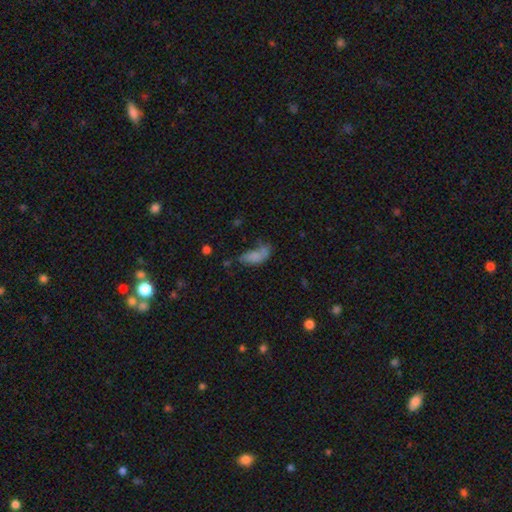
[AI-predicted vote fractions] Q: Smooth or featured?
A: smooth (65%); runner-up: featured or disk (23%)
Q: How rounded?
A: in between (87%); runner-up: cigar-shaped (9%)
Q: Merging?
A: none (31%); runner-up: major disturbance (29%)